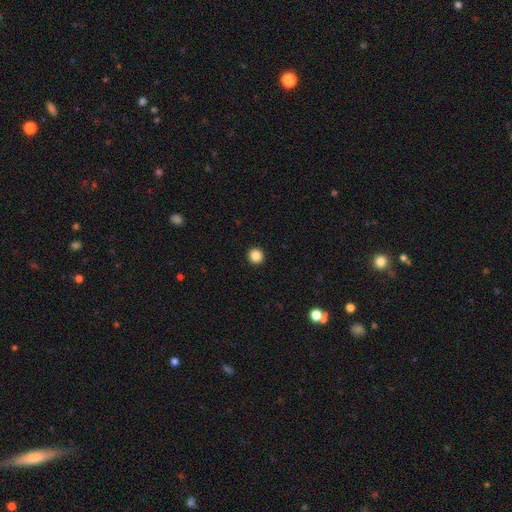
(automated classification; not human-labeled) smooth_or_featured: smooth (p=0.87) [alt: star or artifact p=0.10]
how_rounded: round (p=0.94) [alt: in between p=0.05]
merging: none (p=0.94) [alt: minor disturbance p=0.04]